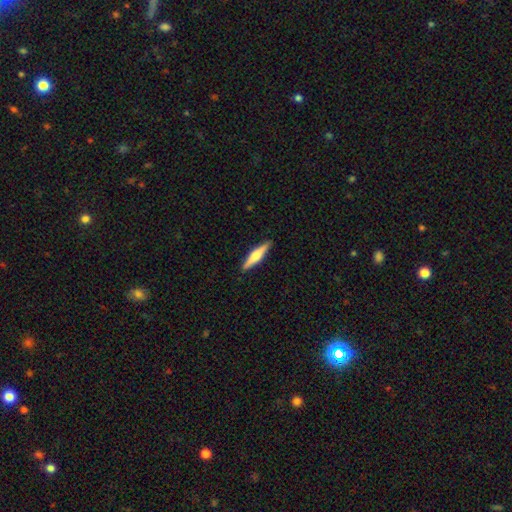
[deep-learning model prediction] Morphology: type=featured or disk (50%); edge-on=yes (97%); merging=none (91%).